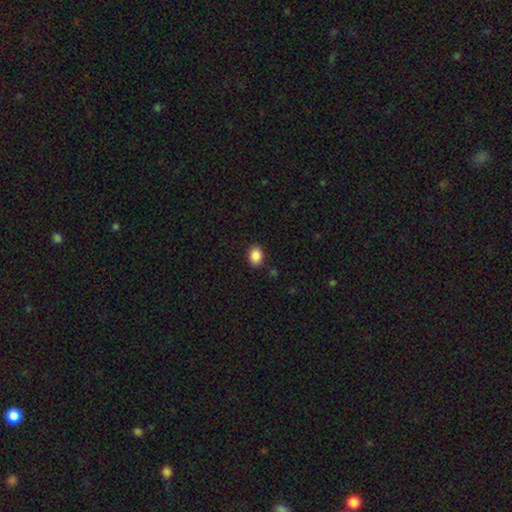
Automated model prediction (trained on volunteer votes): smooth 89%, star or artifact 8%, featured or disk 3%. Down the decision tree: how rounded — in between (69%); merging — none (89%).